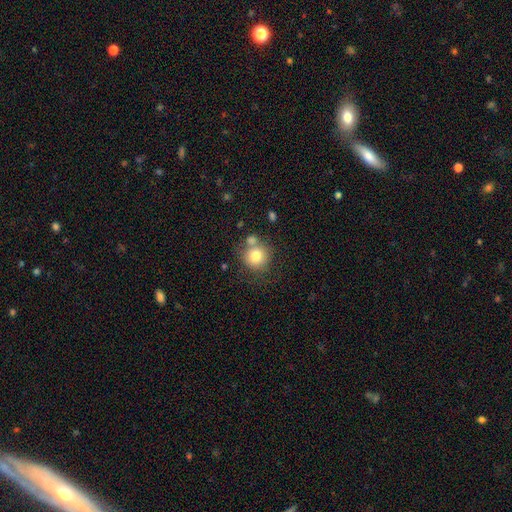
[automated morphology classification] This is likely a smooth galaxy (77%). How rounded: clearly round (89%). Merging: possibly none (59%).